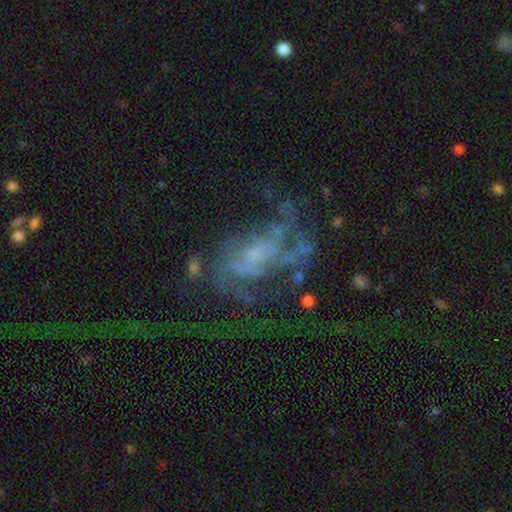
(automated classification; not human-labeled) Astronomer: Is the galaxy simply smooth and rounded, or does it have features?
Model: featured or disk — 78%.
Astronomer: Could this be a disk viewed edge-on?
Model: no — 96%.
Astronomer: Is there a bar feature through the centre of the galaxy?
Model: no — 57% (runner-up: weak, 33%).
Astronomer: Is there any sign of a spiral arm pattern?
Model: yes — 81%.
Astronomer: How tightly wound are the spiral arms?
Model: medium — 41% (runner-up: loose, 32%).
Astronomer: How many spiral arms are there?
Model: can't tell — 37% (runner-up: 2, 24%).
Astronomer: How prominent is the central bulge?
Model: small — 44% (runner-up: moderate, 27%).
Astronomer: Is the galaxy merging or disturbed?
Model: none — 43% (runner-up: major disturbance, 35%).